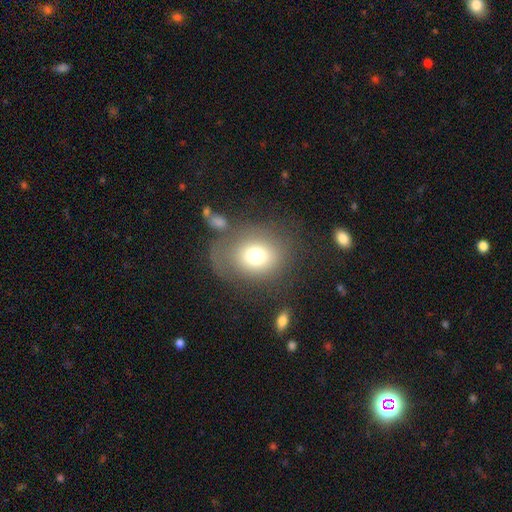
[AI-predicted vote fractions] smooth 71%, featured or disk 18%, star or artifact 11%. Down the decision tree: how rounded — round (66%); merging — none (51%).